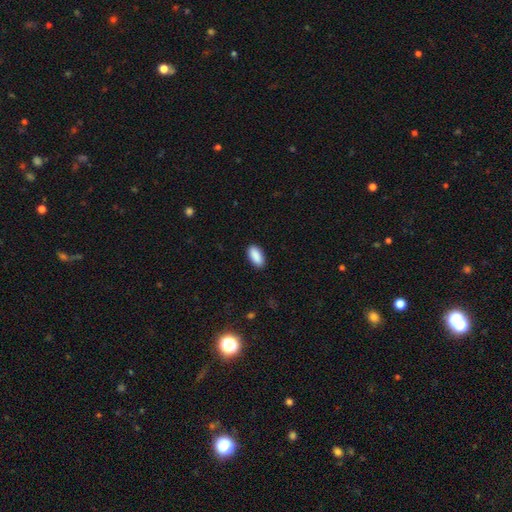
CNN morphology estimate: smooth 91%, star or artifact 6%, featured or disk 3%. Down the decision tree: how rounded — in between (91%); merging — none (90%).